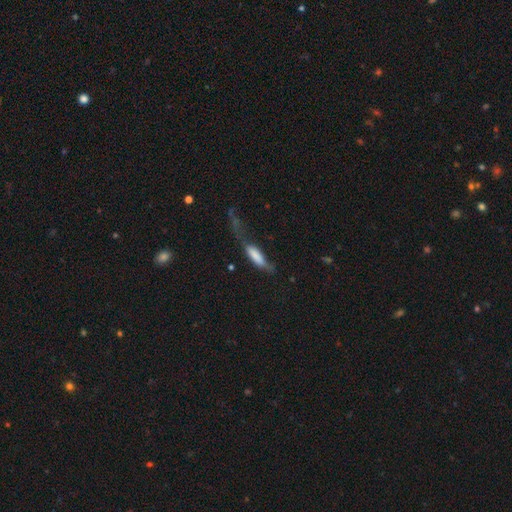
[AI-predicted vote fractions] The model was most divided on "how rounded": cigar-shaped: 51%, in between: 46%, round: 2%. Remaining: smooth or featured — smooth (74%); merging — major disturbance (41%).